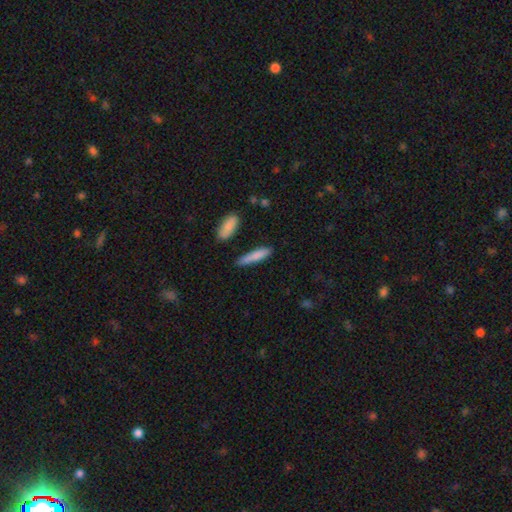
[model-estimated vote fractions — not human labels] This appears to be a smooth galaxy with no disk features (82%) that is cigar-shaped (82%). Merging: none (80%).